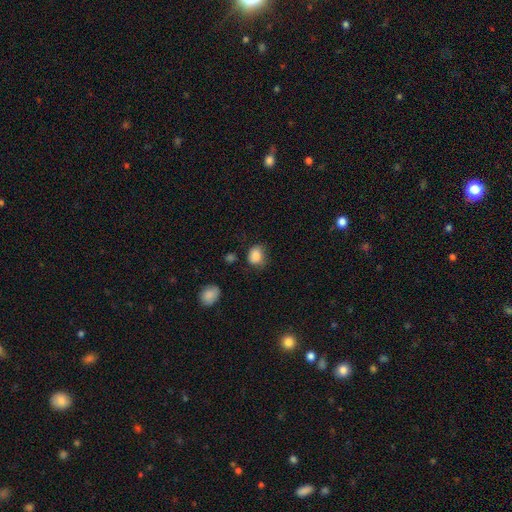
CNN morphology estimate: Smooth or featured? Predicted: smooth (p=0.85). How rounded? Predicted: round (p=0.54). Merging? Predicted: none (p=0.61).